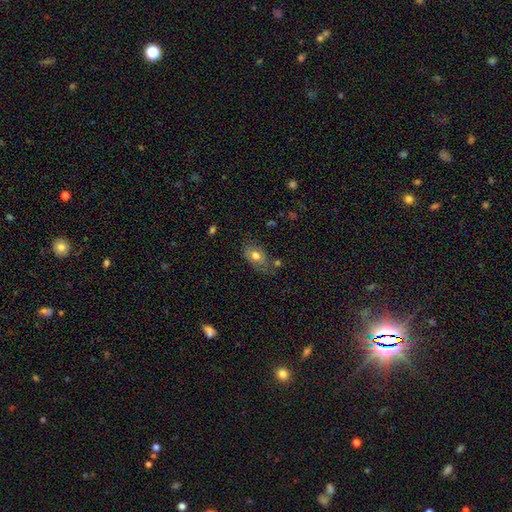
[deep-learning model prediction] This appears to be a smooth galaxy with no disk features (70%) that is in between round and cigar-shaped (84%). Merging: none (57%).